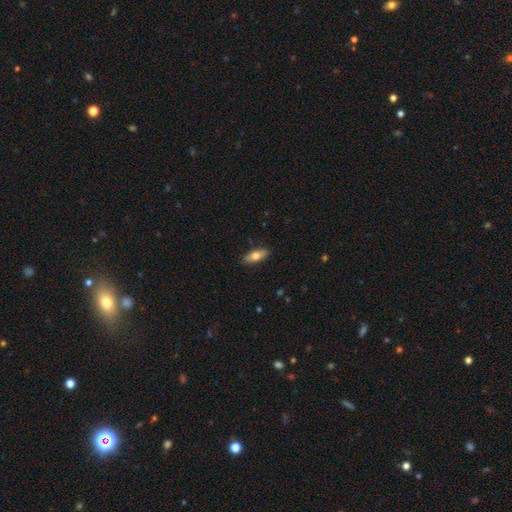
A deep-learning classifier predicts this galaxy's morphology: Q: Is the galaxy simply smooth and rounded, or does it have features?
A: smooth — 72%.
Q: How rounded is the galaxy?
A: in between — 76%.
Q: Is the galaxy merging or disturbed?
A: none — 88%.